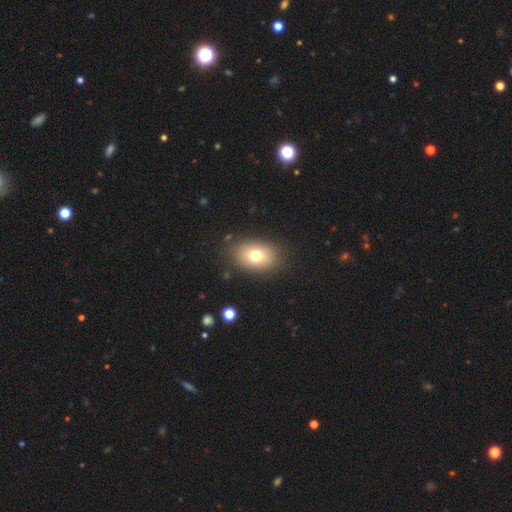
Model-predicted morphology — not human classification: Q: Smooth or featured?
A: smooth (76%); runner-up: featured or disk (14%)
Q: How rounded?
A: in between (81%); runner-up: round (17%)
Q: Merging?
A: none (85%); runner-up: minor disturbance (10%)